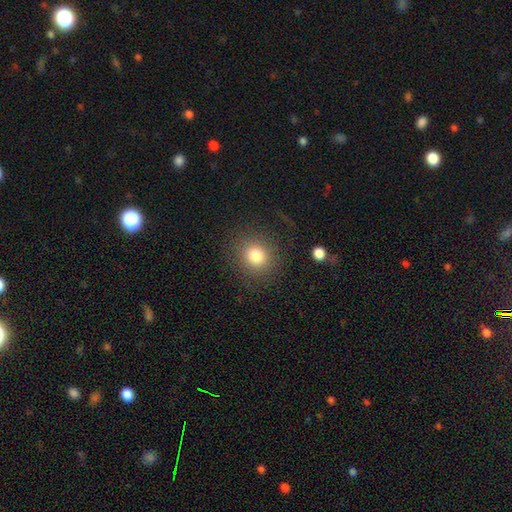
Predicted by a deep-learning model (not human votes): Smooth or featured? smooth (80%)
How rounded? round (82%)
Merging? none (83%)